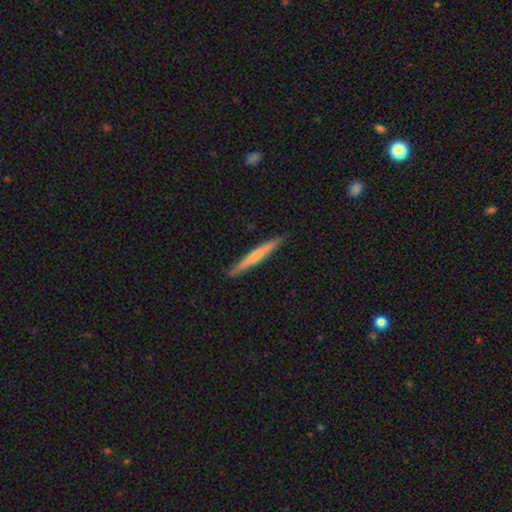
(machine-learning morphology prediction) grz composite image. It shows a smooth galaxy with no disk features (50%) that is cigar-shaped (96%). Merging: none (91%).